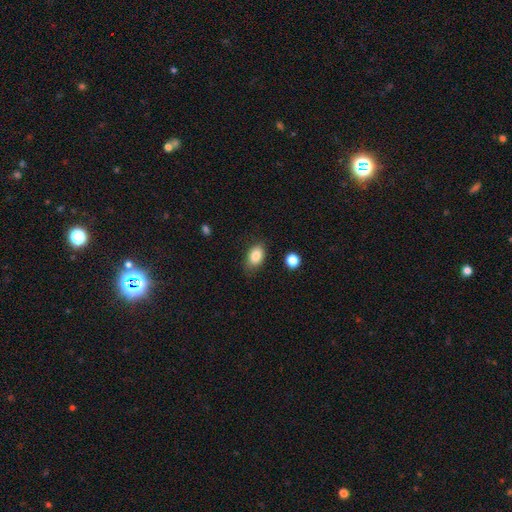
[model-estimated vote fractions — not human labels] This is clearly a smooth galaxy (86%). How rounded: clearly in between (86%). Merging: likely none (78%).